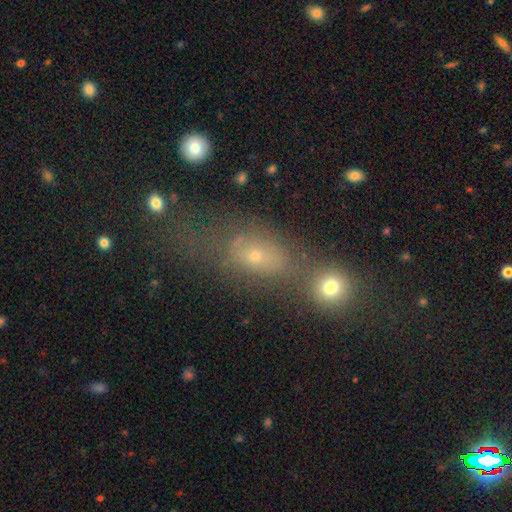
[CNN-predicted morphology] Overall: smooth (55%; star or artifact 24%). How rounded: in between (65%). Merging: none (38%; merger 35%).